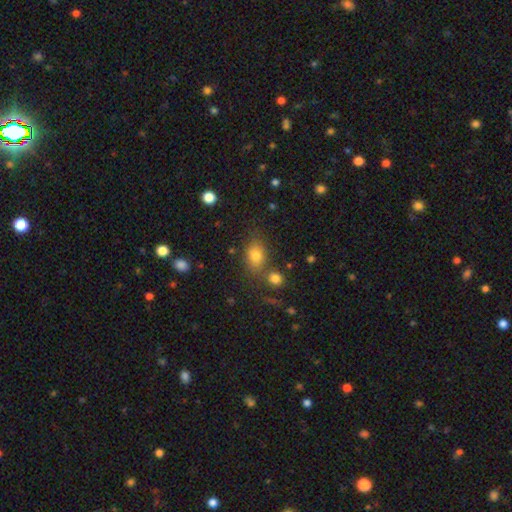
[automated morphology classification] A smooth galaxy with no disk features (76%) that is in between round and cigar-shaped (71%). Merging: none (69%).